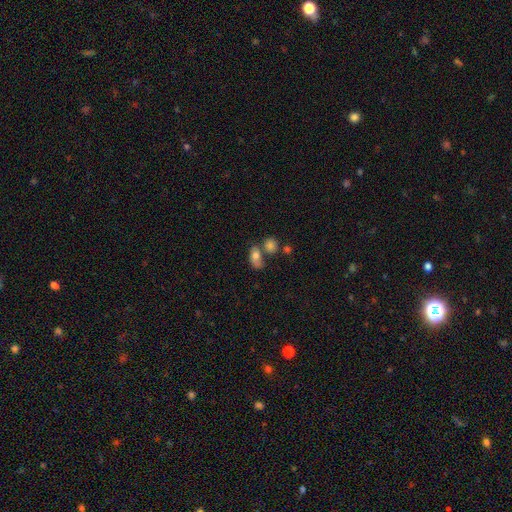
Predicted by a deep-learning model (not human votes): A smooth galaxy with no disk features (46%).

Vote fractions:
- Smooth or featured? smooth: 46% / star or artifact: 30% / featured or disk: 24%
- Merging? none: 44% / merger: 37% / minor disturbance: 11% / major disturbance: 8%